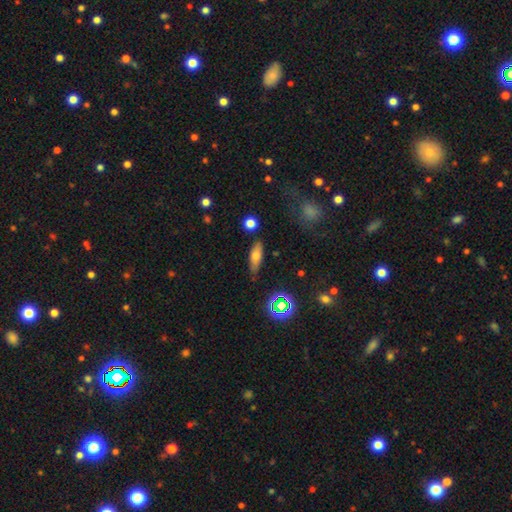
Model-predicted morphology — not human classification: This appears to be a smooth galaxy with no disk features (66%) that is in between round and cigar-shaped (62%). Merging: none (78%).